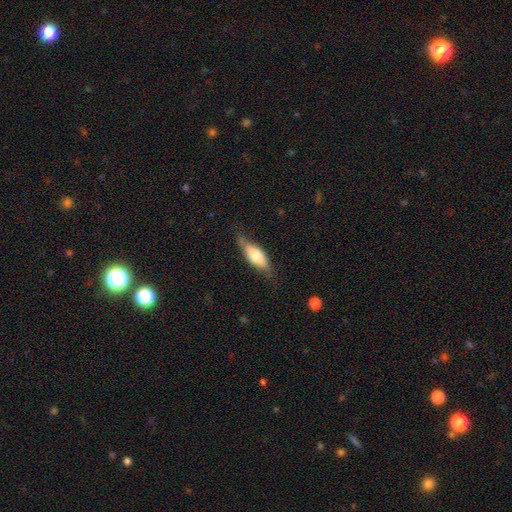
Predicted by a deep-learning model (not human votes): smooth-or-featured: smooth: 64% | featured or disk: 30% | star or artifact: 6%
  how-rounded: in between: 68% | cigar-shaped: 29% | round: 2%
  merging: none: 65% | minor disturbance: 27% | major disturbance: 7% | merger: 2%